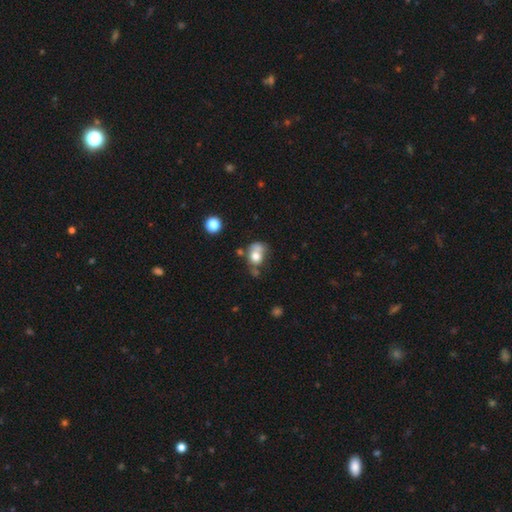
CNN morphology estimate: Smooth or featured: smooth — 70% (featured or disk — 19%)
How rounded: in between — 50% (round — 49%)
Merging: none — 31% (merger — 30%)